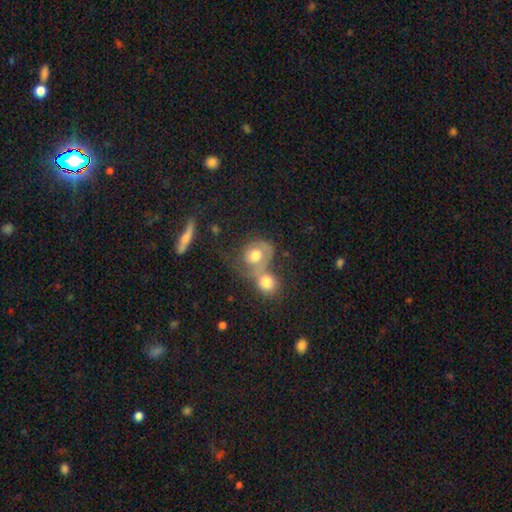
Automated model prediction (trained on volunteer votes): Smooth or featured? Predicted: smooth (p=0.52). How rounded? Predicted: round (p=0.69). Merging? Predicted: merger (p=0.60).